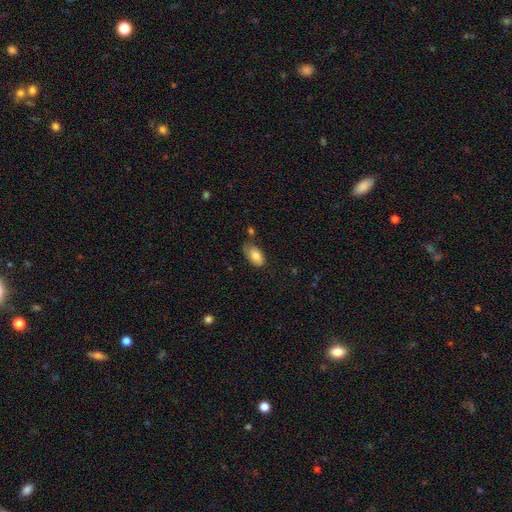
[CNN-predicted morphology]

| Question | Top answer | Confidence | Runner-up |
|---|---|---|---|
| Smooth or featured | smooth | 82% | featured or disk (11%) |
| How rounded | in between | 93% | round (5%) |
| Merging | none | 56% | minor disturbance (30%) |